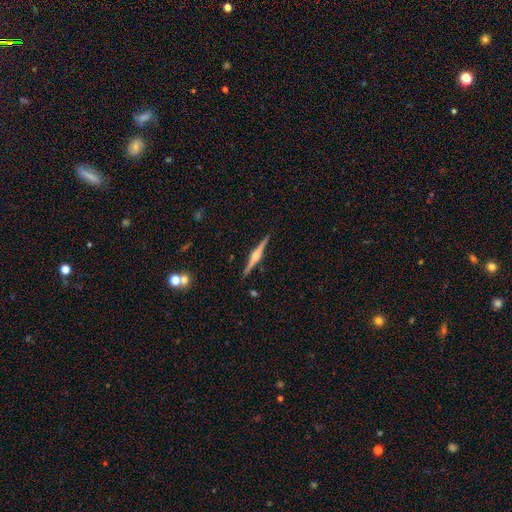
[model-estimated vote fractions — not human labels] featured or disk 83%, smooth 12%, star or artifact 5%. Down the decision tree: edge-on disk — yes (99%); edge-on bulge — rounded (89%); merging — none (92%).